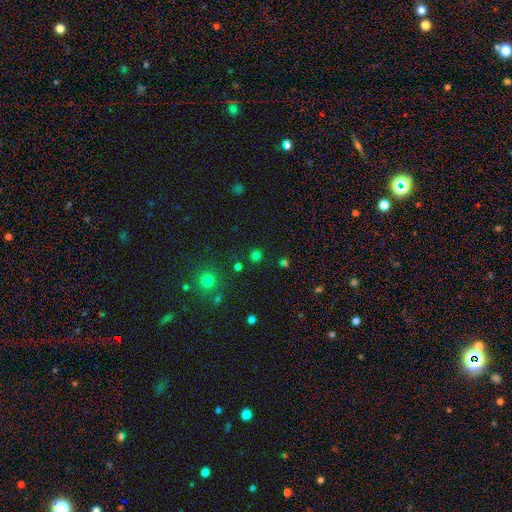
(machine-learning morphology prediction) Smooth or featured? smooth (72%)
How rounded? round (91%)
Merging? none (87%)